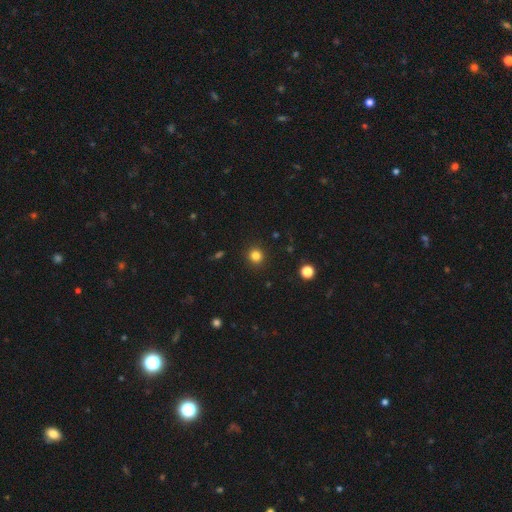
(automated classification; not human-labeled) Morphology: type=smooth (82%); roundness=round (91%); merging=none (92%).